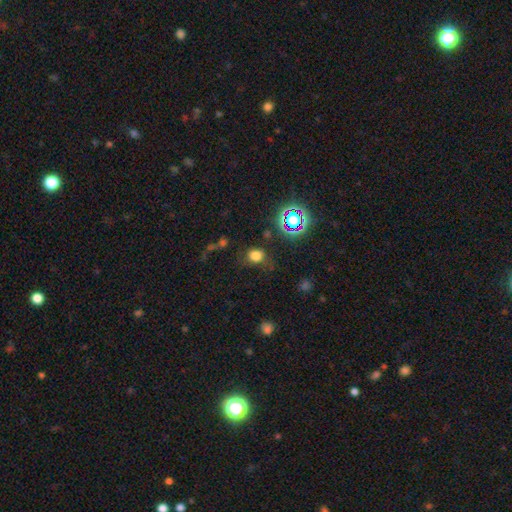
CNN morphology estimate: A smooth galaxy with no disk features (72%) that is round (67%). Merging: none (70%).